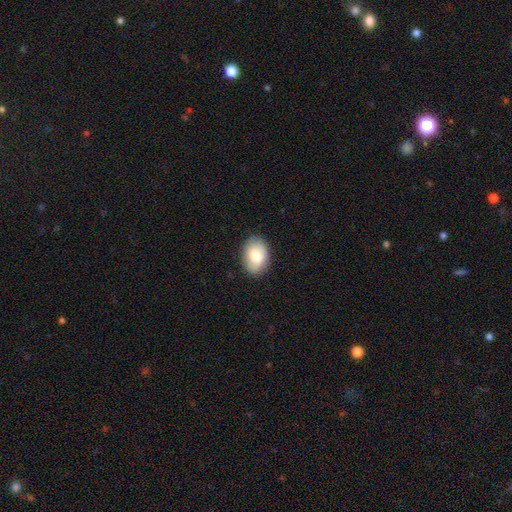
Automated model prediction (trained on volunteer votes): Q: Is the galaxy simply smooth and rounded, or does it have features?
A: smooth — 80%.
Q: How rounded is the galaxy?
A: in between — 83%.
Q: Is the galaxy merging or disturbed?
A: none — 85%.